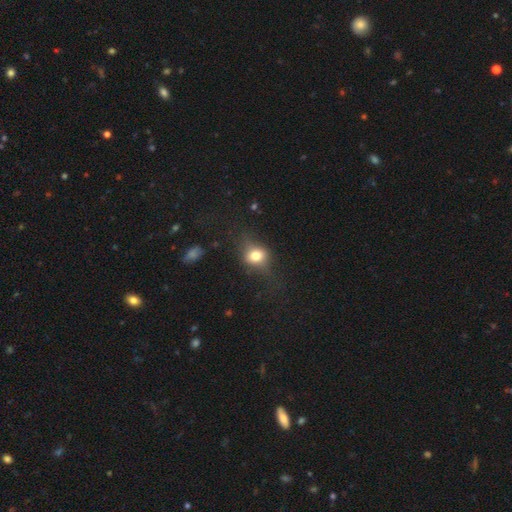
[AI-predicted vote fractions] A smooth galaxy with no disk features (69%) that is round (54%).

Vote fractions:
- Smooth or featured? smooth: 69% / featured or disk: 19% / star or artifact: 12%
- How rounded? round: 54% / in between: 43% / cigar-shaped: 2%
- Merging? none: 61% / minor disturbance: 23% / major disturbance: 14% / merger: 2%